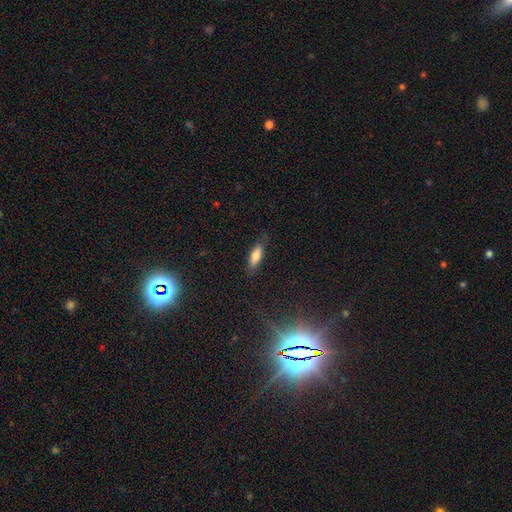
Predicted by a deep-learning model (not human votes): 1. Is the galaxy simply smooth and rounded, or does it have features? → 76% smooth, 17% featured or disk, 7% star or artifact.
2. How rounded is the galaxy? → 58% in between, 39% cigar-shaped, 2% round.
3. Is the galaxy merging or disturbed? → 81% none, 14% minor disturbance, 3% major disturbance, 1% merger.